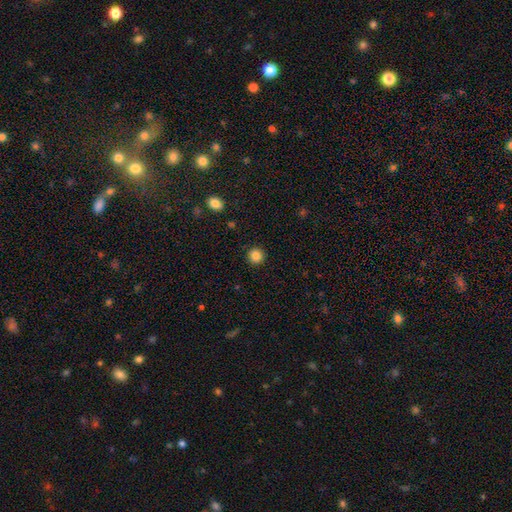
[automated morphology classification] The model was most divided on "smooth or featured": smooth: 85%, star or artifact: 11%, featured or disk: 4%. More confident: how rounded — round (94%); merging — none (92%).